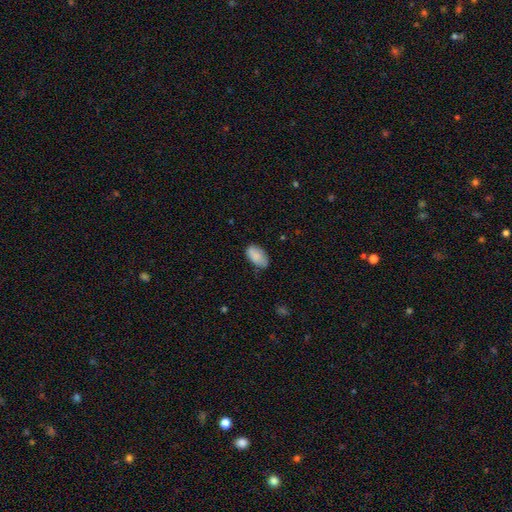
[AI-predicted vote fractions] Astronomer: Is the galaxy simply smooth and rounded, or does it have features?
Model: smooth — 84%.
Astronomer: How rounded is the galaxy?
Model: in between — 94%.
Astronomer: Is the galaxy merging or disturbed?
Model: none — 67%.